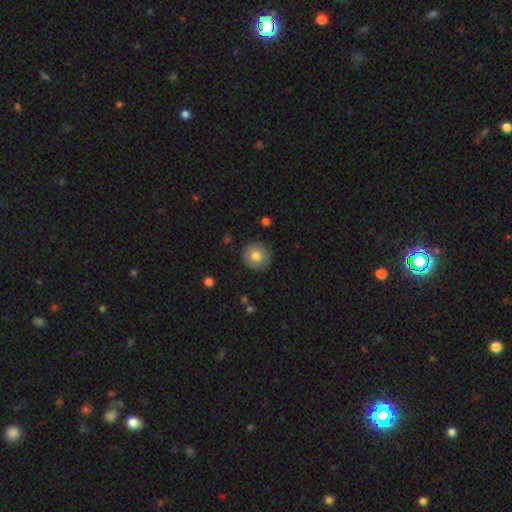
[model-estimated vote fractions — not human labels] Smooth or featured? smooth (80%)
How rounded? round (94%)
Merging? none (89%)